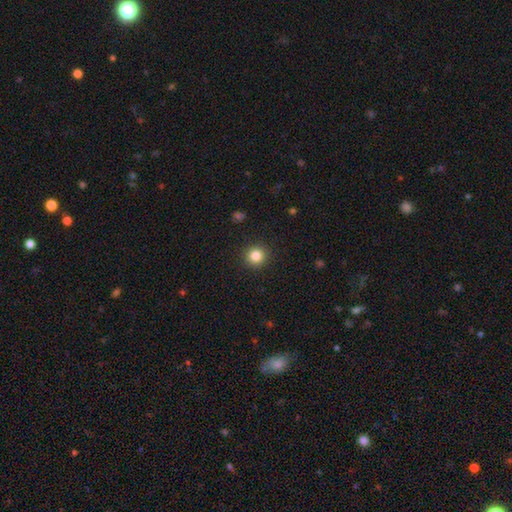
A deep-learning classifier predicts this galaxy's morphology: type=smooth (83%); roundness=round (94%); merging=none (92%).